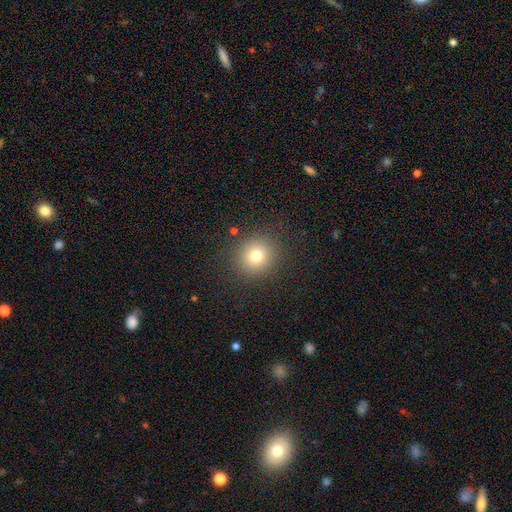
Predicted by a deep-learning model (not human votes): Morphology: type=smooth (75%); roundness=round (89%); merging=none (88%).